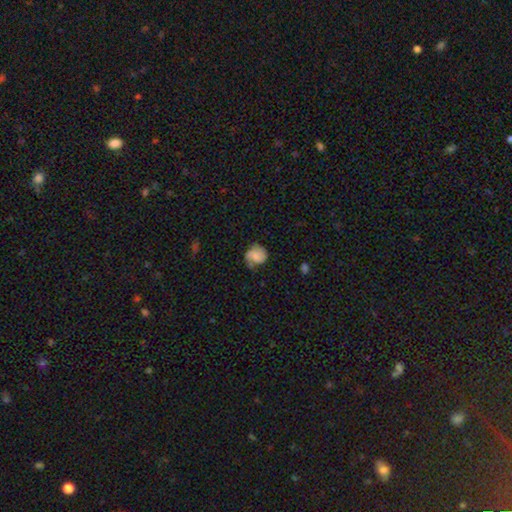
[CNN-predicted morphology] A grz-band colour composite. It shows a smooth galaxy with no disk features (58%) that is round (68%). Merging: none (49%).